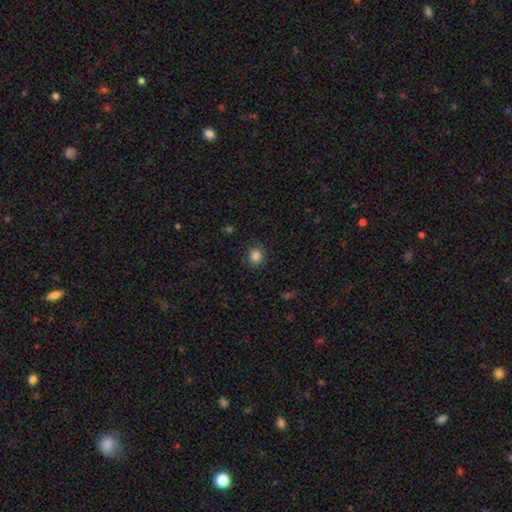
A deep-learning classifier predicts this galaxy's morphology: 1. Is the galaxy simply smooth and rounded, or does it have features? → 84% smooth, 12% star or artifact, 4% featured or disk.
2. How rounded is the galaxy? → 82% round, 17% in between, 1% cigar-shaped.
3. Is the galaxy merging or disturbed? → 87% none, 9% minor disturbance, 3% major disturbance, 1% merger.